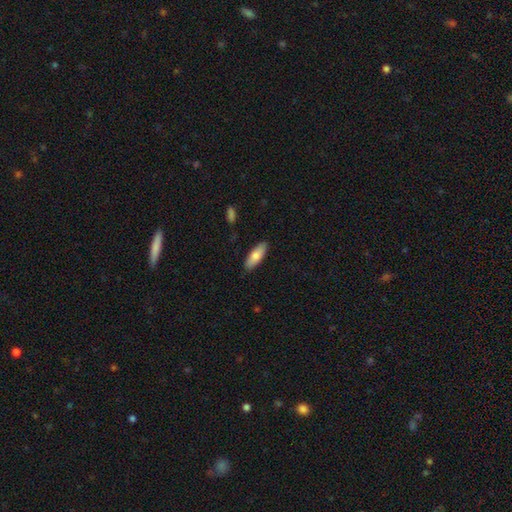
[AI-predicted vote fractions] Q: Smooth or featured?
A: smooth (78%); runner-up: featured or disk (17%)
Q: How rounded?
A: in between (64%); runner-up: cigar-shaped (34%)
Q: Merging?
A: none (88%); runner-up: minor disturbance (9%)